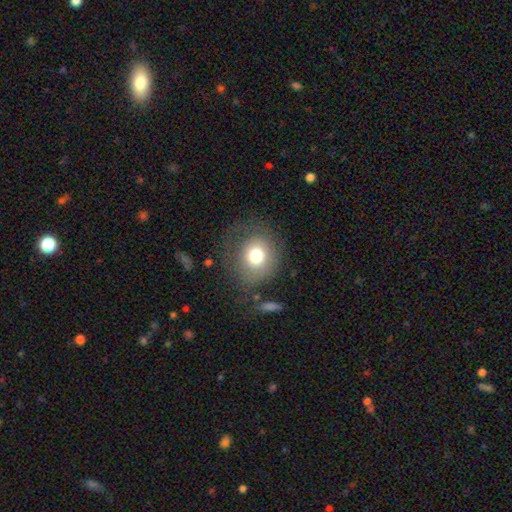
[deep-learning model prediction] A smooth galaxy with no disk features (72%) that is round (80%). Merging: none (64%).